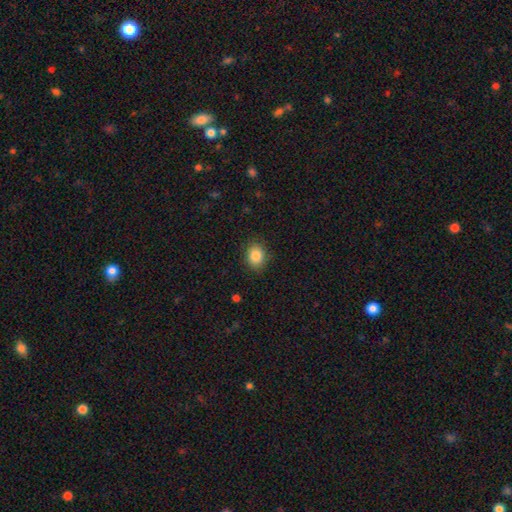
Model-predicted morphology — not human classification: Smooth or featured?
  - smooth: 85% *
  - star or artifact: 9%
  - featured or disk: 5%
How rounded?
  - round: 53% *
  - in between: 46%
  - cigar-shaped: 1%
Merging?
  - none: 86% *
  - minor disturbance: 11%
  - major disturbance: 3%
  - merger: 1%